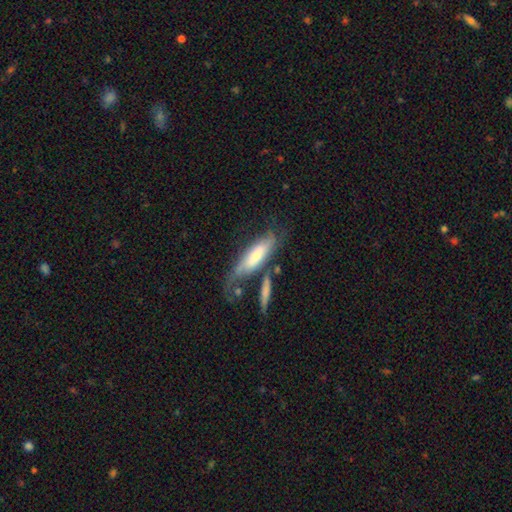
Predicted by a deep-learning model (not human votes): This is possibly a smooth galaxy (48%). Merging: possibly none (49%).